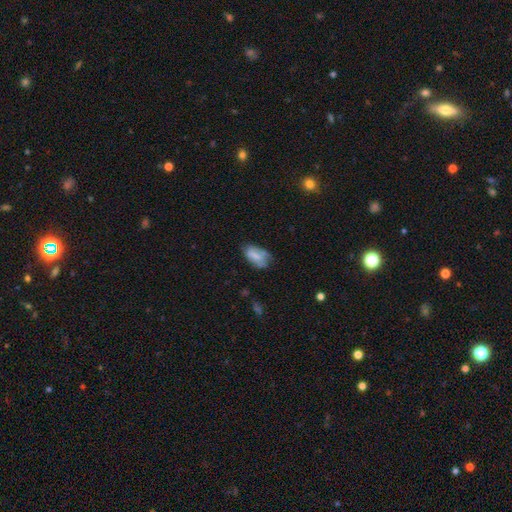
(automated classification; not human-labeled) smooth-or-featured: smooth: 66% | featured or disk: 25% | star or artifact: 9%
  how-rounded: in between: 91% | round: 6% | cigar-shaped: 4%
  merging: none: 48% | minor disturbance: 34% | major disturbance: 14% | merger: 4%